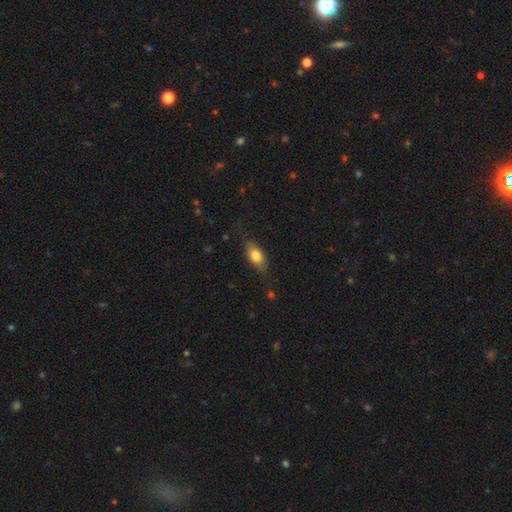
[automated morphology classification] Q: Smooth or featured?
A: smooth (75%); runner-up: featured or disk (18%)
Q: How rounded?
A: in between (82%); runner-up: cigar-shaped (13%)
Q: Merging?
A: none (74%); runner-up: minor disturbance (20%)